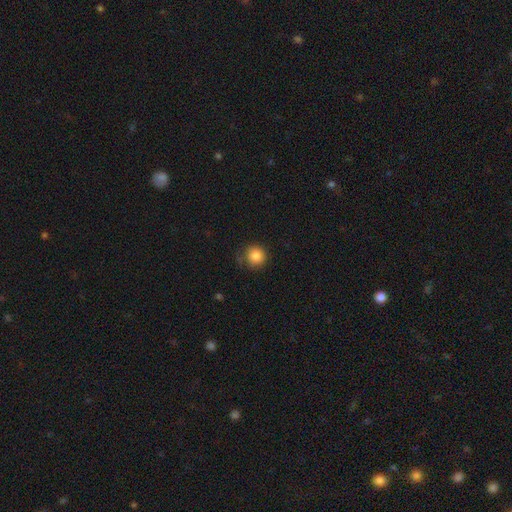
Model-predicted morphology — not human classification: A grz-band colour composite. It shows a smooth galaxy with no disk features (84%) that is round (93%). Merging: none (78%).